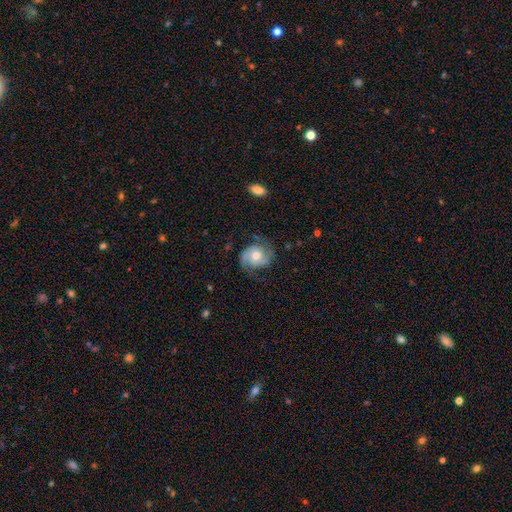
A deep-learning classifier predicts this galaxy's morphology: Smooth or featured: featured or disk — 76% (smooth — 17%)
Edge-on disk: no — 98% (yes — 2%)
Bar: no — 70% (weak — 25%)
Spiral arms: yes — 94% (no — 6%)
Spiral winding: medium — 48% (tight — 31%)
Spiral arm count: 2 — 89% (can't tell — 5%)
Bulge size: moderate — 70% (small — 19%)
Merging: none — 72% (minor disturbance — 19%)